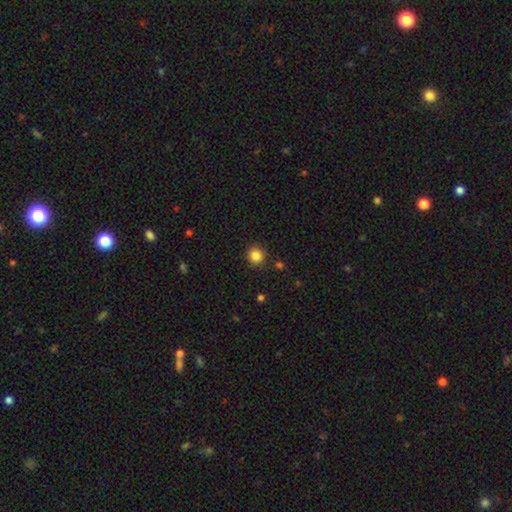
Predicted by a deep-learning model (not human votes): The model was most divided on "smooth or featured": smooth: 85%, star or artifact: 11%, featured or disk: 4%. More confident: how rounded — round (92%); merging — none (90%).